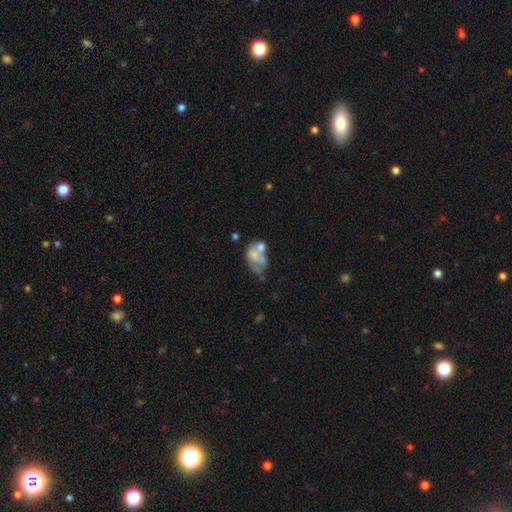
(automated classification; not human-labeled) smooth-or-featured: smooth: 48% | featured or disk: 42% | star or artifact: 10%
  merging: merger: 42% | none: 22% | major disturbance: 19% | minor disturbance: 17%